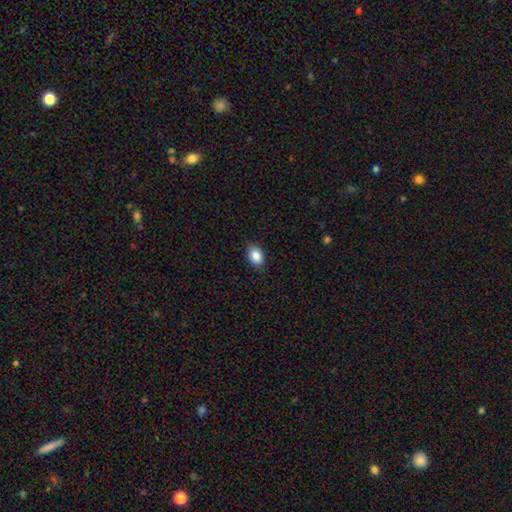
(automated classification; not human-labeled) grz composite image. It shows a smooth galaxy with no disk features (88%) that is in between round and cigar-shaped (74%). Merging: none (89%).